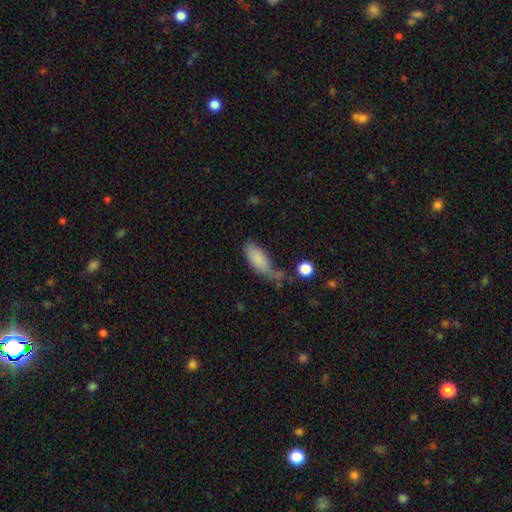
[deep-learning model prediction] Smooth or featured? Predicted: smooth (p=0.80). How rounded? Predicted: in between (p=0.77). Merging? Predicted: none (p=0.38).